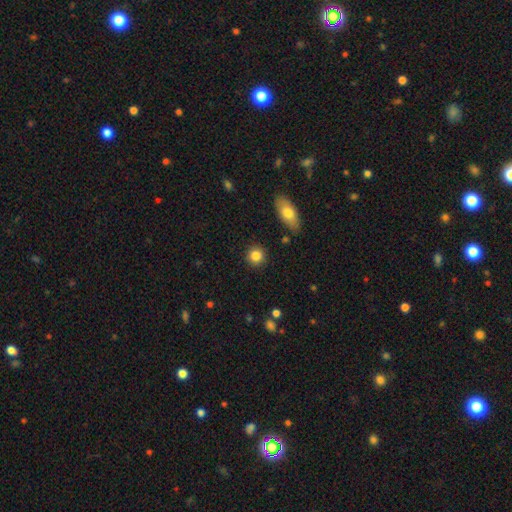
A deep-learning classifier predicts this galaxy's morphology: Q: Smooth or featured?
A: smooth (85%); runner-up: star or artifact (9%)
Q: How rounded?
A: round (90%); runner-up: in between (8%)
Q: Merging?
A: none (89%); runner-up: minor disturbance (6%)